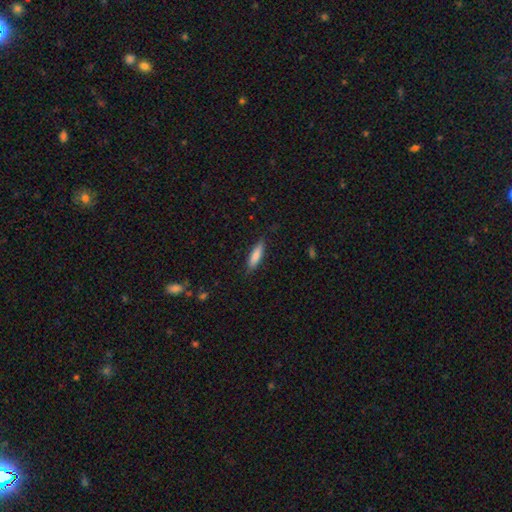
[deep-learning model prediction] smooth-or-featured: smooth: 80% | featured or disk: 14% | star or artifact: 6%
  how-rounded: cigar-shaped: 66% | in between: 33% | round: 2%
  merging: none: 84% | minor disturbance: 13% | major disturbance: 3% | merger: 1%